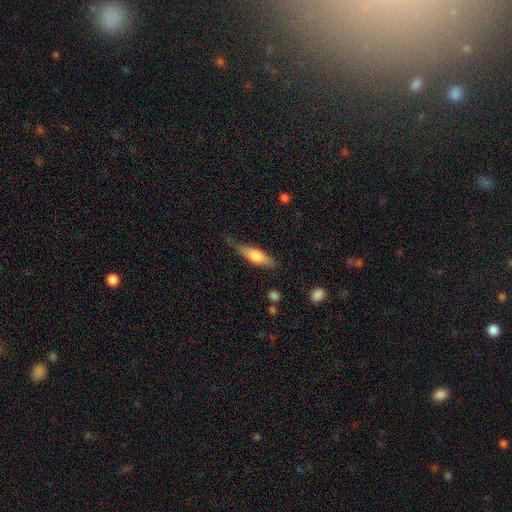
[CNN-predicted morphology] smooth 62%, featured or disk 32%, star or artifact 6%. Down the decision tree: how rounded — cigar-shaped (54%); merging — none (65%).